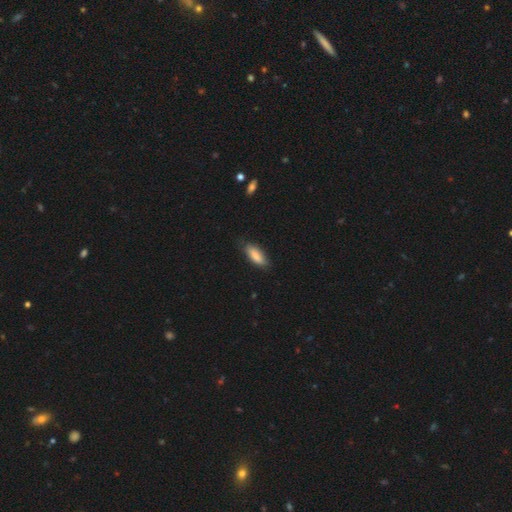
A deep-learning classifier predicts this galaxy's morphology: A smooth galaxy with no disk features (84%) that is in between round and cigar-shaped (66%).

Vote fractions:
- Smooth or featured? smooth: 84% / featured or disk: 10% / star or artifact: 6%
- How rounded? in between: 66% / cigar-shaped: 32% / round: 2%
- Merging? none: 76% / minor disturbance: 20% / major disturbance: 3% / merger: 1%